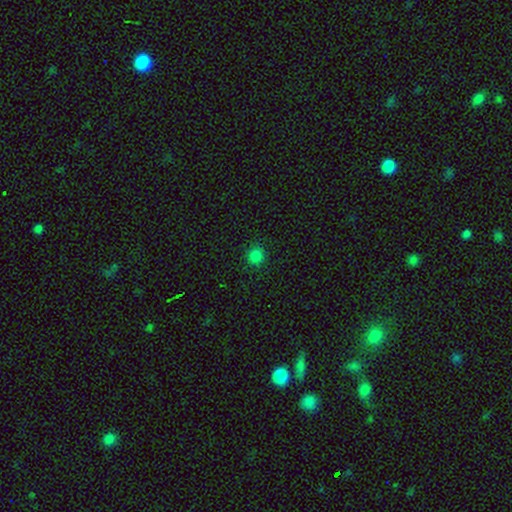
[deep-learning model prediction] Q: Smooth or featured?
A: smooth (83%); runner-up: star or artifact (14%)
Q: How rounded?
A: round (90%); runner-up: in between (9%)
Q: Merging?
A: none (91%); runner-up: minor disturbance (6%)